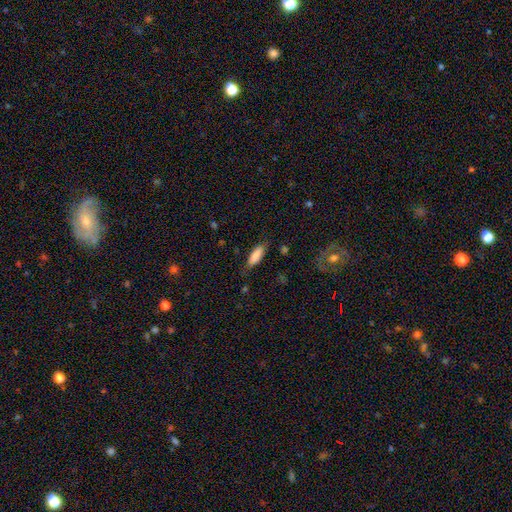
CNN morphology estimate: type=smooth (84%); roundness=in between (62%); merging=none (74%).